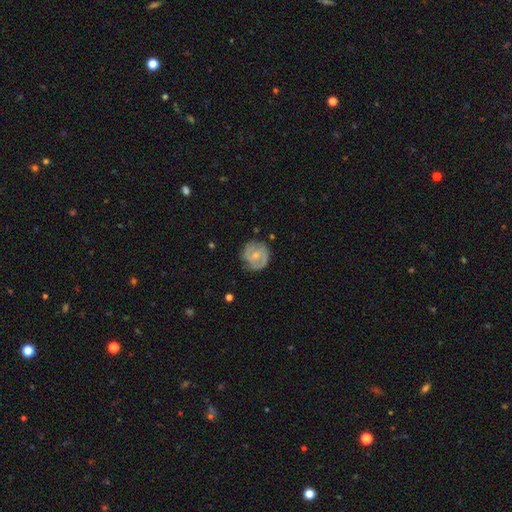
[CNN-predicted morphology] A featured or disk galaxy (58%) with no bar (61%), spiral arms (76%) and a small central bulge (59%). Merging: none (68%).